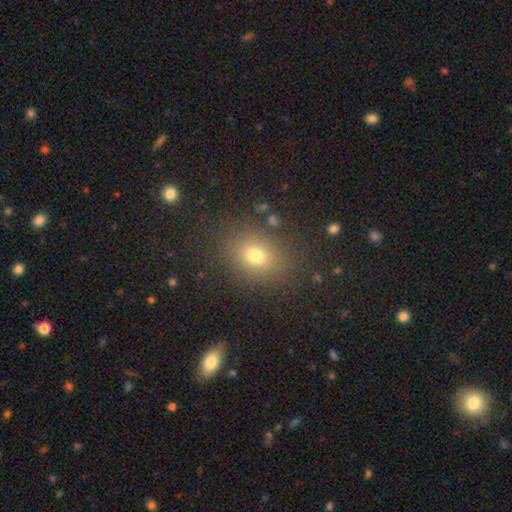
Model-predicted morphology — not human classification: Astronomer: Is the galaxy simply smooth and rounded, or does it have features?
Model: smooth — 73%.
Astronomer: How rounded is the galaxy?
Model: in between — 55% (runner-up: round, 44%).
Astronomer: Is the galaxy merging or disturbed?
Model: none — 84%.